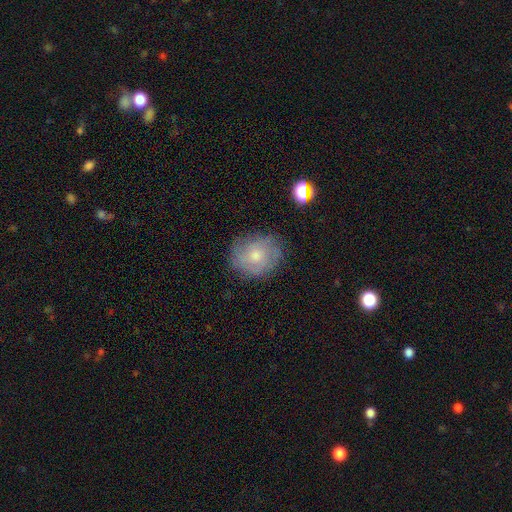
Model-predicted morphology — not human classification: type=smooth (54%); roundness=round (68%); merging=none (72%).